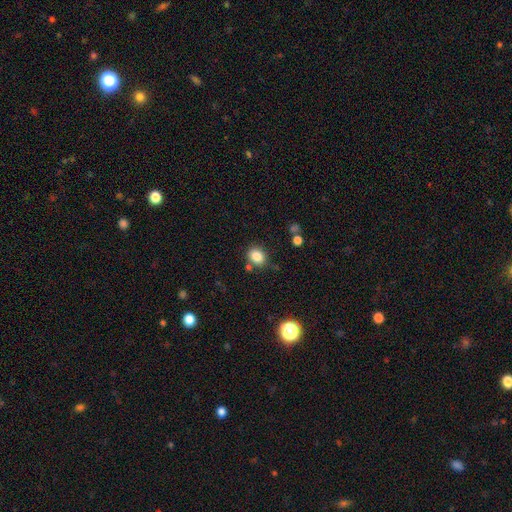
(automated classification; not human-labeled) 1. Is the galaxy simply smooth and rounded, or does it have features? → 85% smooth, 10% star or artifact, 5% featured or disk.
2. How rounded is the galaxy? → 51% round, 48% in between, 1% cigar-shaped.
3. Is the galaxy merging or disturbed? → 76% none, 13% minor disturbance, 7% merger, 4% major disturbance.